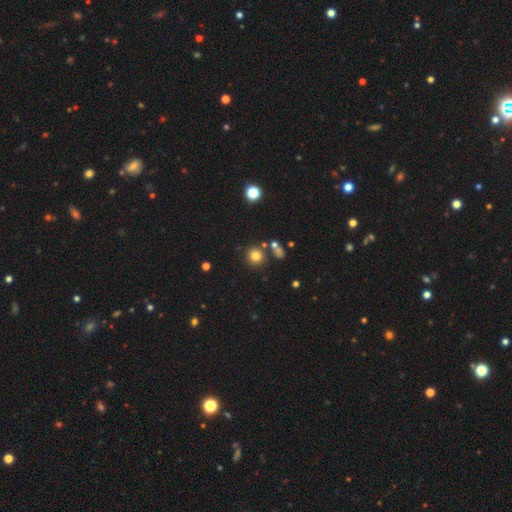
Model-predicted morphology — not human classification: Overall: smooth (77%). How rounded: round (91%). Merging: none (80%).